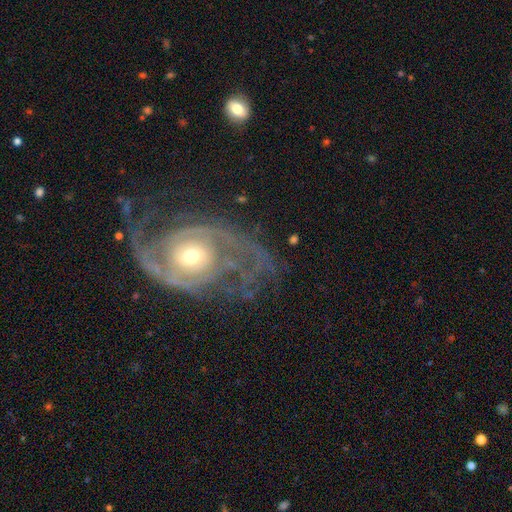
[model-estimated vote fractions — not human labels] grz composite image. It shows a featured or disk galaxy (90%) with no bar (65%), 2 (77%) medium (48%) spiral arms (97%) and a moderate central bulge (59%). Merging: none (67%).